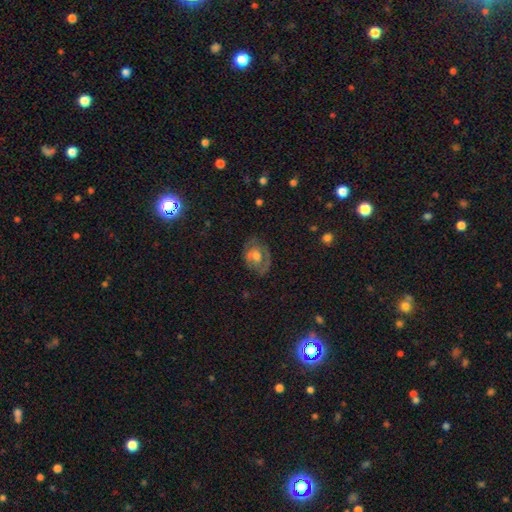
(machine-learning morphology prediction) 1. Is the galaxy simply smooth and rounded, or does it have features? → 56% featured or disk, 30% smooth, 13% star or artifact.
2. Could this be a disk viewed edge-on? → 96% no, 4% yes.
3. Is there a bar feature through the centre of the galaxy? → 59% no, 32% weak, 9% strong.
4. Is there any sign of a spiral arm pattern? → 62% yes, 38% no.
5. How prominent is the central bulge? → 54% moderate, 26% small, 12% large, 6% none, 2% dominant.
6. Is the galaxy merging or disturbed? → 65% none, 20% minor disturbance, 13% major disturbance, 2% merger.